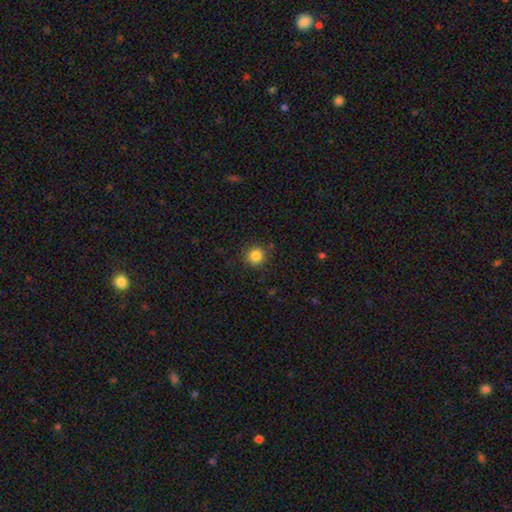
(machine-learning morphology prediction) This appears to be a smooth galaxy with no disk features (84%) that is round (92%). Merging: none (87%).